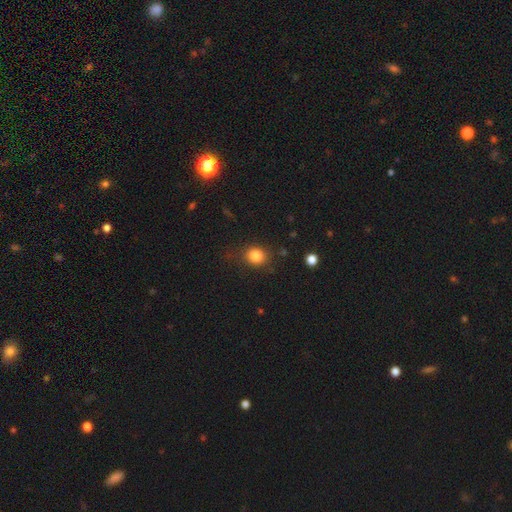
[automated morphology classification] Smooth or featured: smooth — 83% (star or artifact — 11%)
How rounded: round — 74% (in between — 24%)
Merging: none — 77% (minor disturbance — 15%)